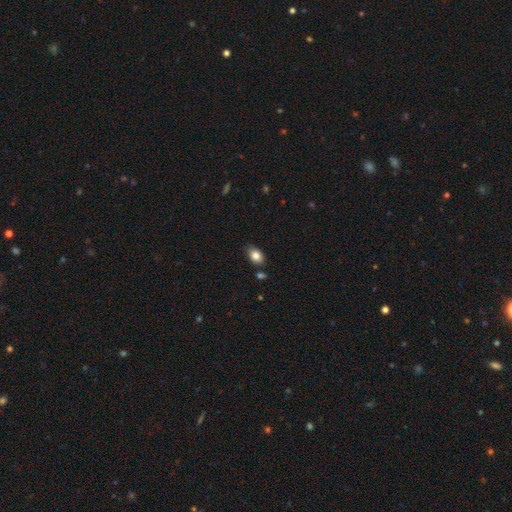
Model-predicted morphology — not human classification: type=smooth (83%); roundness=in between (84%); merging=none (79%).